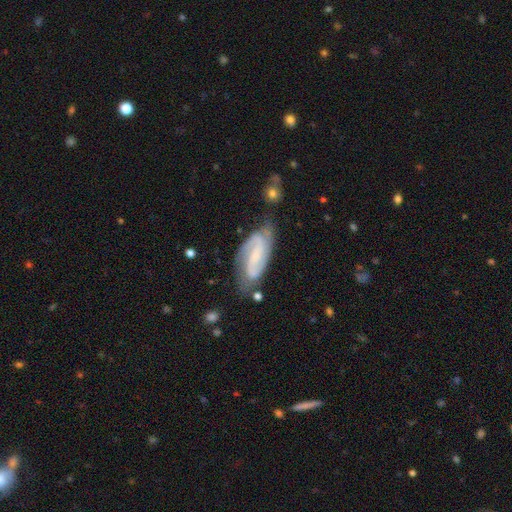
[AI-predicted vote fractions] smooth_or_featured: featured or disk (p=0.82) [alt: smooth p=0.12]
disk_edge_on: no (p=0.95) [alt: yes p=0.05]
bar: weak (p=0.42) [alt: no p=0.29]
has_spiral_arms: yes (p=0.97) [alt: no p=0.03]
spiral_winding: medium (p=0.46) [alt: tight p=0.40]
spiral_arm_count: 2 (p=0.85) [alt: can't tell p=0.06]
bulge_size: small (p=0.44) [alt: none p=0.35]
merging: none (p=0.68) [alt: minor disturbance p=0.20]